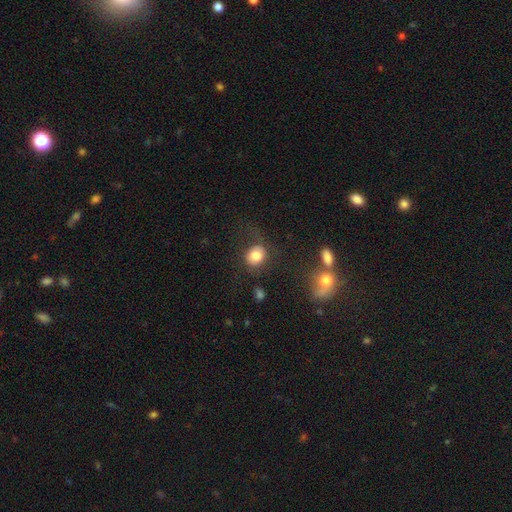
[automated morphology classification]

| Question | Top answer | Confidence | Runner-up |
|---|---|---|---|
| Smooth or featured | smooth | 80% | featured or disk (10%) |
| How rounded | round | 68% | in between (31%) |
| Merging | none | 65% | minor disturbance (18%) |